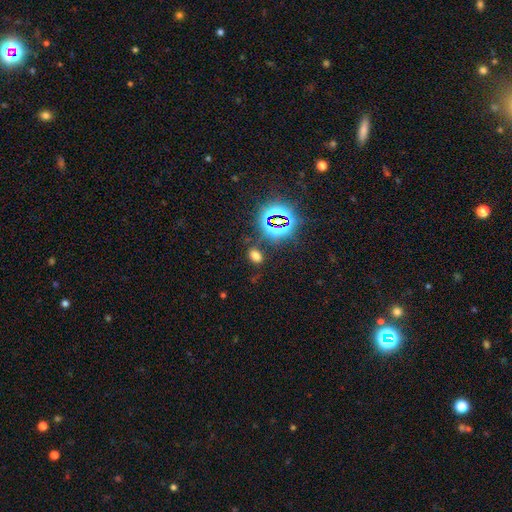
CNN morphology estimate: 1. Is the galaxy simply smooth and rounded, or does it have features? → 62% smooth, 32% star or artifact, 6% featured or disk.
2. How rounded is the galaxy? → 83% in between, 14% round, 2% cigar-shaped.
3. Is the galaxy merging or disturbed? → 80% none, 11% minor disturbance, 4% major disturbance, 4% merger.